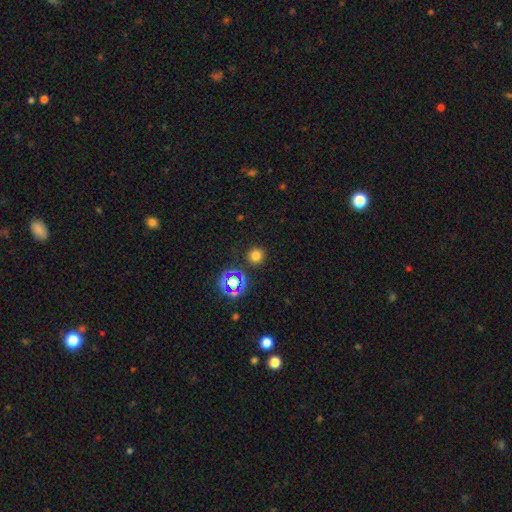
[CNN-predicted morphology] The model was most divided on "smooth or featured": smooth: 72%, star or artifact: 23%, featured or disk: 5%. More confident: how rounded — round (94%); merging — none (89%).